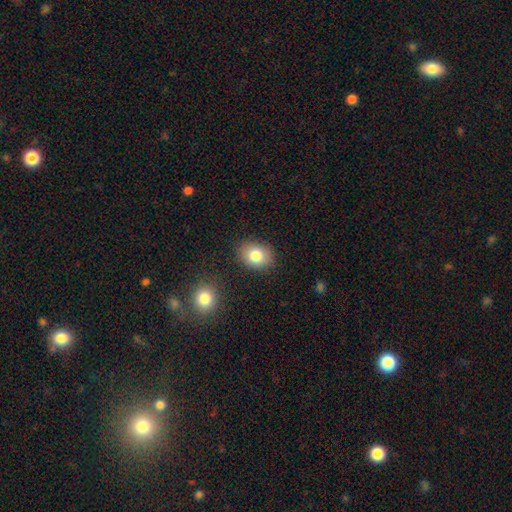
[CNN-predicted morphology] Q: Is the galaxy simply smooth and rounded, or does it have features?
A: smooth — 80%.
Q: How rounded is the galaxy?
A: in between — 56%.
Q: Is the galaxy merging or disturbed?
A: none — 85%.